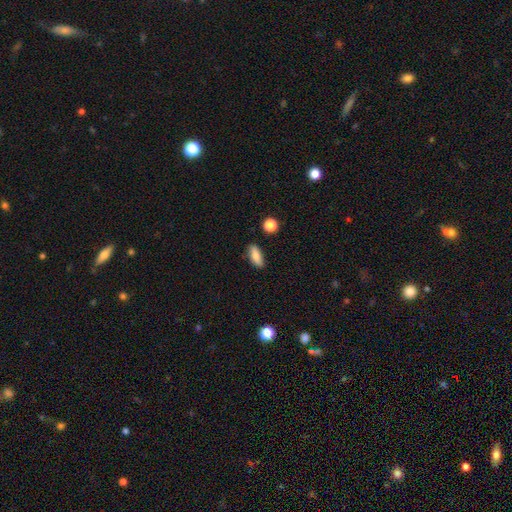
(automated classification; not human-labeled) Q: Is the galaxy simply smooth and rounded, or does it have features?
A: smooth — 81%.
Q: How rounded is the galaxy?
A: in between — 74%.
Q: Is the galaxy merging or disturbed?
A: none — 84%.